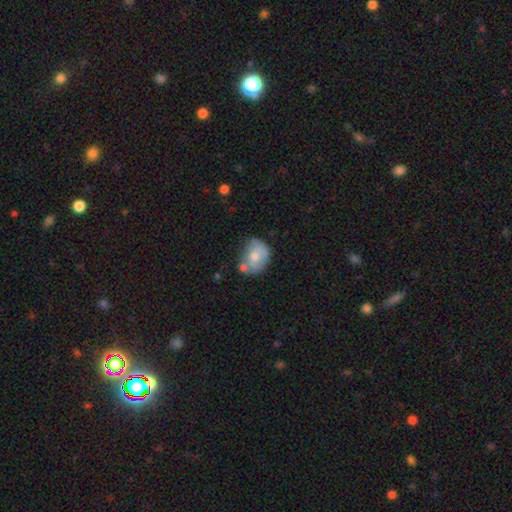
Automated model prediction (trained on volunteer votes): This appears to be a smooth galaxy with no disk features (60%) that is in between round and cigar-shaped (57%). Merging: none (40%).